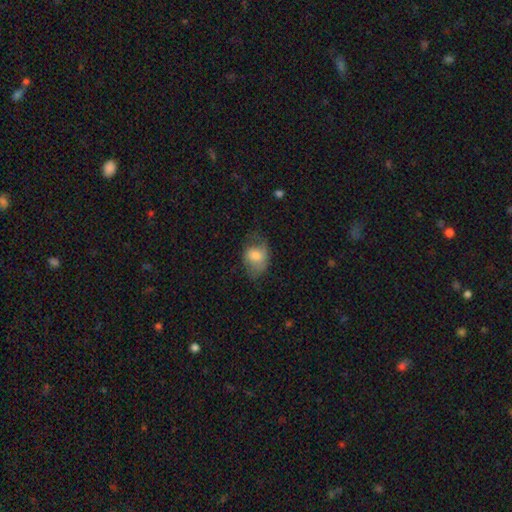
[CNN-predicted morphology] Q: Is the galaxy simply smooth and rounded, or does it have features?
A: smooth — 60%.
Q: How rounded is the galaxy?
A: in between — 68%.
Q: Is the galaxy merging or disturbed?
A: none — 48%.